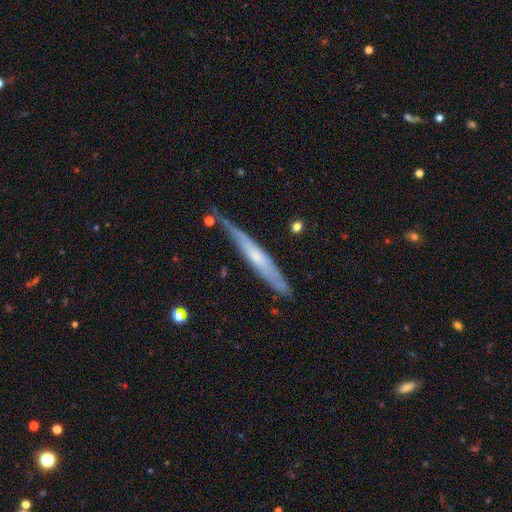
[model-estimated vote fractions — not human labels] smooth_or_featured: featured or disk (p=0.58) [alt: smooth p=0.37]
disk_edge_on: yes (p=0.89) [alt: no p=0.11]
edge_on_bulge: none (p=0.52) [alt: rounded p=0.40]
merging: none (p=0.72) [alt: minor disturbance p=0.21]